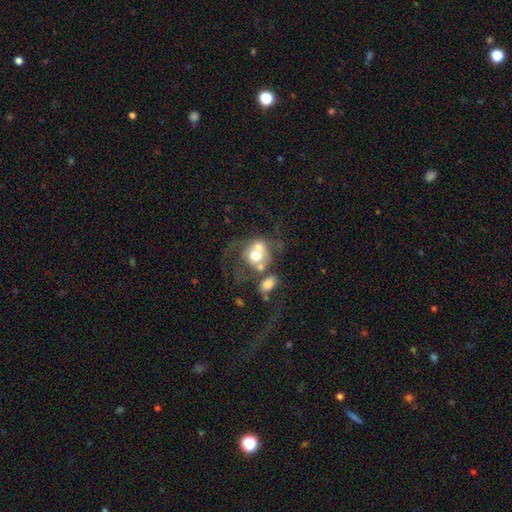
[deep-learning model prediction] smooth 45% (tied), featured or disk 45% (tied), star or artifact 10%. Down the decision tree: merging — merger (58%).